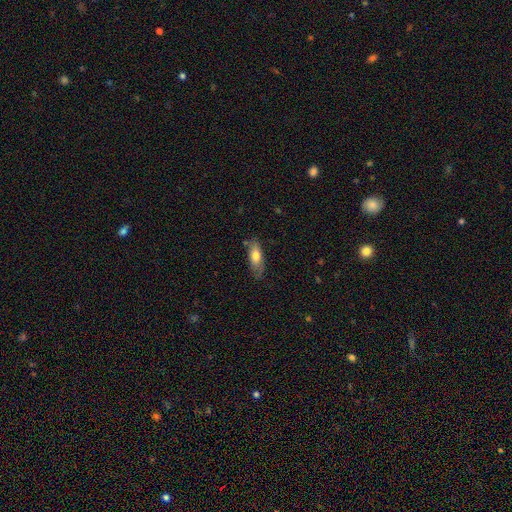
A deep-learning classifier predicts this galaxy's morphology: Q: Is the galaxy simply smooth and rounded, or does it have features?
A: smooth — 70%.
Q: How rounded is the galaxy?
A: in between — 72%.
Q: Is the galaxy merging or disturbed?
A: none — 67%.